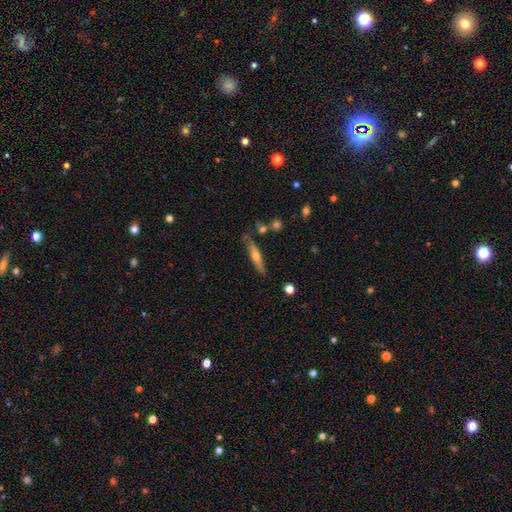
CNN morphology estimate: A smooth galaxy with no disk features (47%).

Vote fractions:
- Smooth or featured? smooth: 47% / featured or disk: 46% / star or artifact: 7%
- Merging? none: 79% / minor disturbance: 14% / merger: 5% / major disturbance: 3%